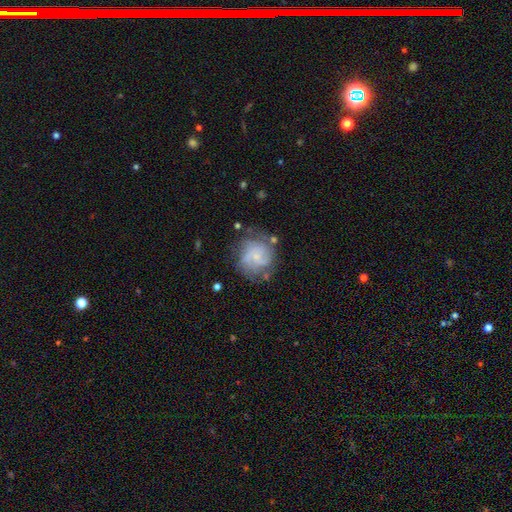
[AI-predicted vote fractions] Overall: featured or disk (63%; smooth 28%). Edge-on disk: no (98%). Bar: no (71%). Spiral arms: yes (85%). Spiral arm count: can't tell (36%; 2 29%). Spiral winding: tight (46%; medium 38%). Bulge size: small (70%). Merging: none (60%; minor disturbance 23%).